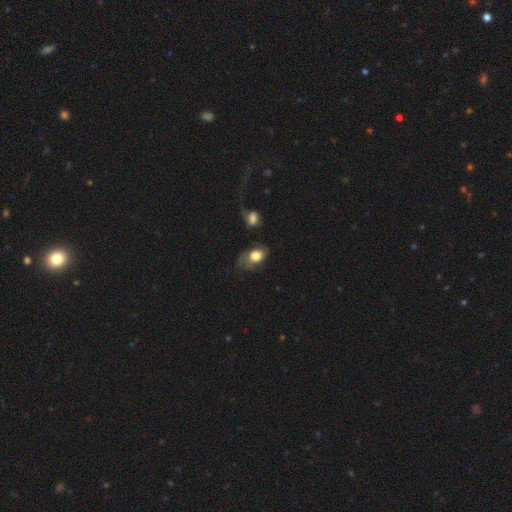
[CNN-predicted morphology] type=smooth (72%); roundness=in between (77%); merging=none (38%).